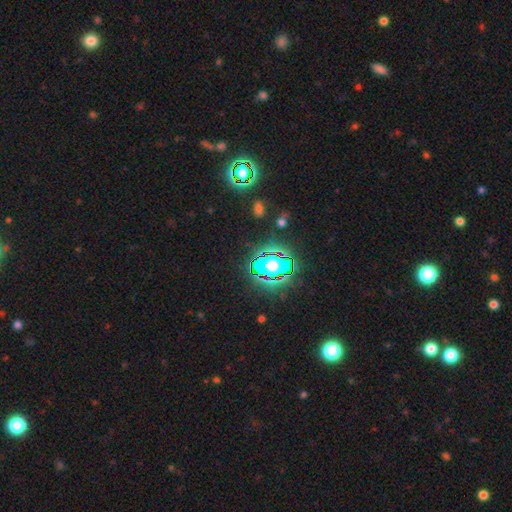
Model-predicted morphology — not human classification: type=star or artifact (83%).